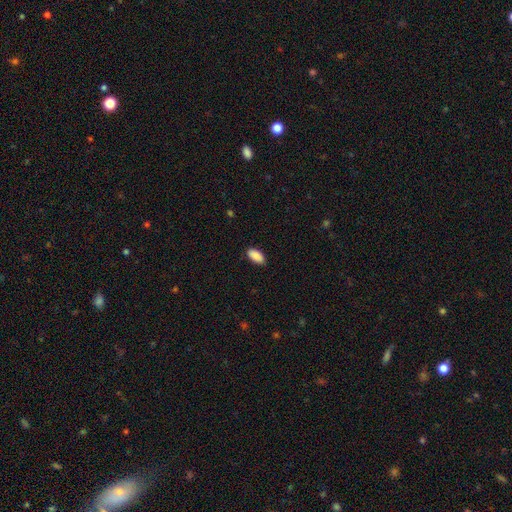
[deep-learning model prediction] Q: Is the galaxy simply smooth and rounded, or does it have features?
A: smooth — 89%.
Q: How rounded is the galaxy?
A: in between — 93%.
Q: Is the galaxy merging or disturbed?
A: none — 86%.